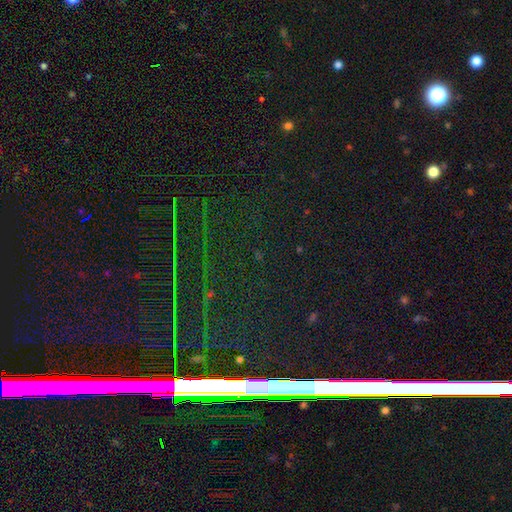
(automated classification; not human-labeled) A star or artifact, not a galaxy (83%).

Vote fractions:
- Smooth or featured? star or artifact: 83% / smooth: 9% / featured or disk: 8%